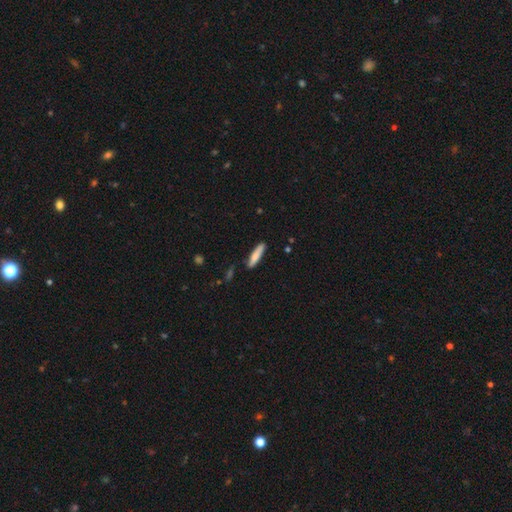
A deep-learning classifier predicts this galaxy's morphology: Q: Smooth or featured?
A: smooth (80%); runner-up: featured or disk (14%)
Q: How rounded?
A: cigar-shaped (80%); runner-up: in between (19%)
Q: Merging?
A: none (81%); runner-up: minor disturbance (14%)